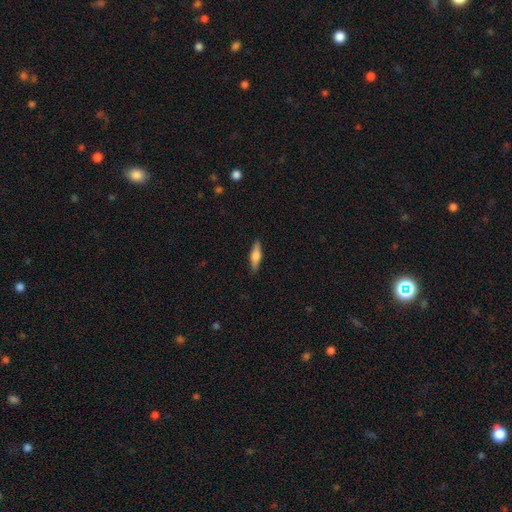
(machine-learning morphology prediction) This is possibly a smooth galaxy (58%). How rounded: likely cigar-shaped (64%). Merging: clearly none (89%).